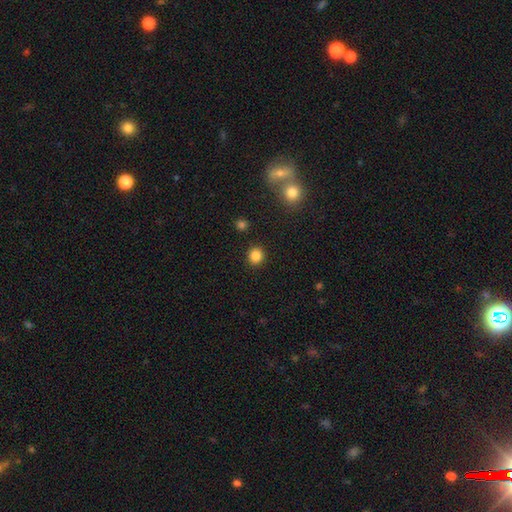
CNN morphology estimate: The model was most divided on "smooth or featured": smooth: 85%, star or artifact: 11%, featured or disk: 4%. More confident: merging — none (91%); how rounded — round (88%).